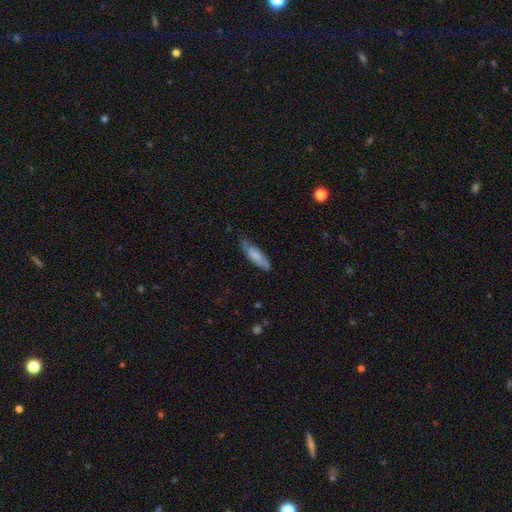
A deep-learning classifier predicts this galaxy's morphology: smooth-or-featured: smooth: 66% | featured or disk: 28% | star or artifact: 6%
  how-rounded: cigar-shaped: 52% | in between: 46% | round: 2%
  merging: none: 66% | minor disturbance: 27% | major disturbance: 6% | merger: 2%